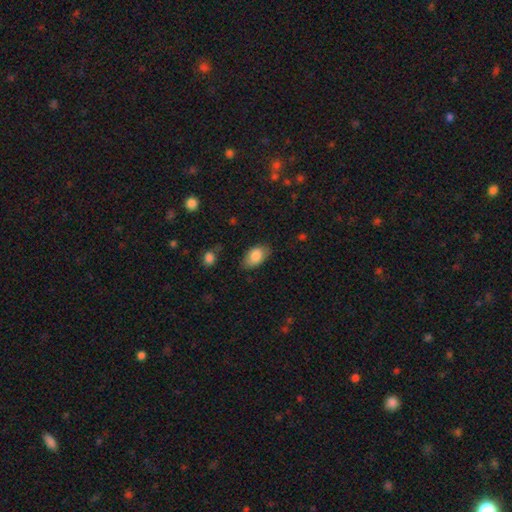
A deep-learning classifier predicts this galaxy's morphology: This is clearly a smooth galaxy (84%). How rounded: clearly in between (91%). Merging: likely none (74%).